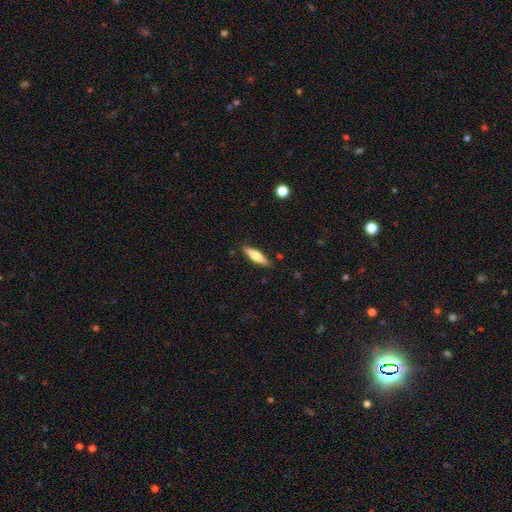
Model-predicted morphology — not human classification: Smooth or featured? smooth (58%)
How rounded? cigar-shaped (67%)
Merging? none (86%)